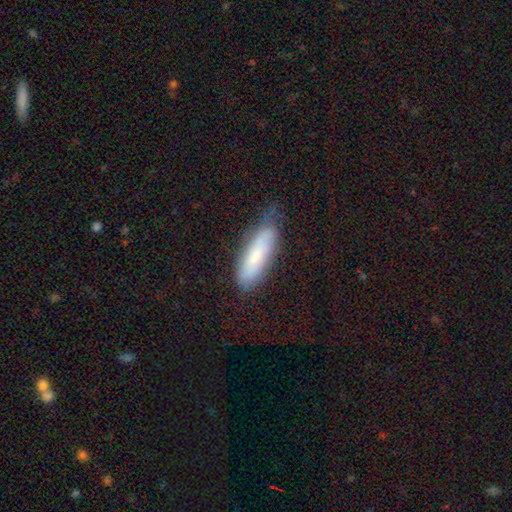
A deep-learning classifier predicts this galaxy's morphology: A smooth galaxy with no disk features (70%) that is cigar-shaped (55%). Merging: none (58%).